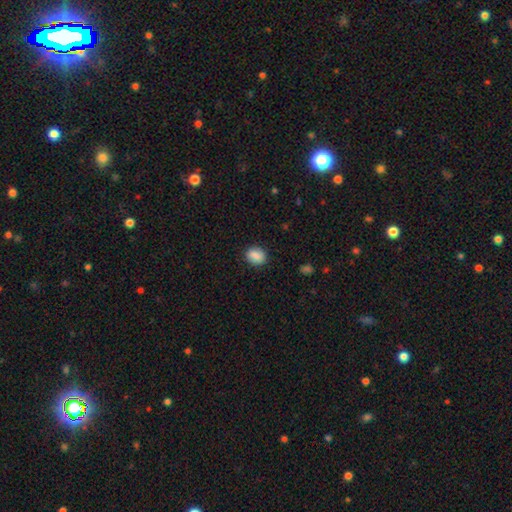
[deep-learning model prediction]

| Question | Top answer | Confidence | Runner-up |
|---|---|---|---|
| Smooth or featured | smooth | 86% | star or artifact (8%) |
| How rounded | round | 52% | in between (46%) |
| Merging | none | 87% | minor disturbance (9%) |